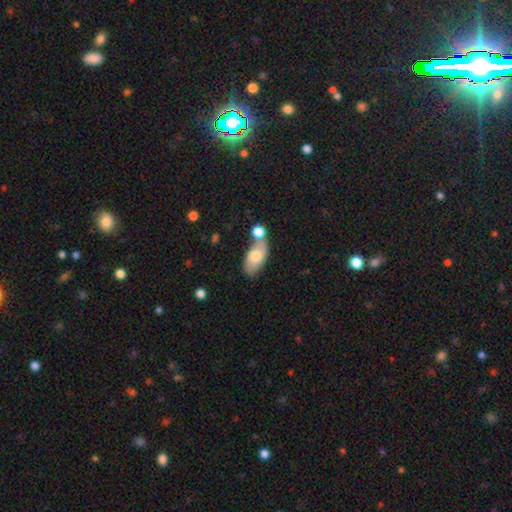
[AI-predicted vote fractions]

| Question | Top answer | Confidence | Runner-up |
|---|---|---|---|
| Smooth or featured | smooth | 66% | featured or disk (28%) |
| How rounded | in between | 92% | round (5%) |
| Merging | none | 41% | merger (34%) |